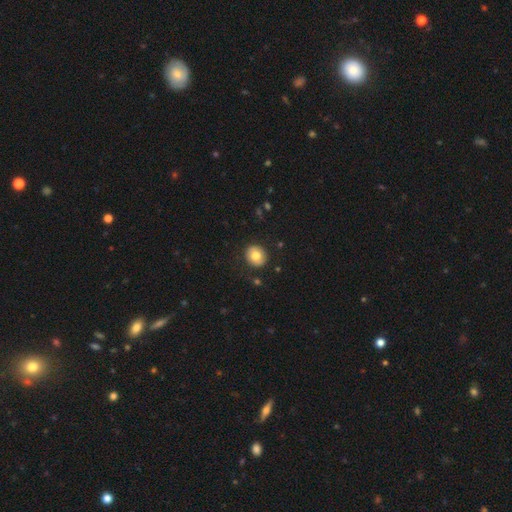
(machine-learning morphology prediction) Smooth or featured? Predicted: smooth (p=0.77). How rounded? Predicted: round (p=0.78). Merging? Predicted: none (p=0.86).